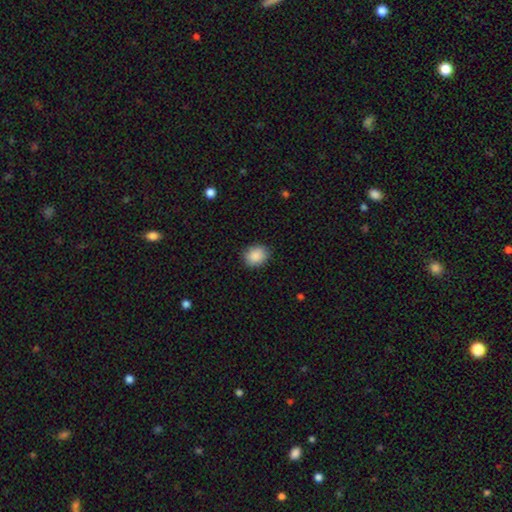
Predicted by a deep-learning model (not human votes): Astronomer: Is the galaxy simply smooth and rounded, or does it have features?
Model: smooth — 89%.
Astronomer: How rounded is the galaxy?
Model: in between — 50% (runner-up: round, 49%).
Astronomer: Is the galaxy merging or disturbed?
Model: none — 87%.